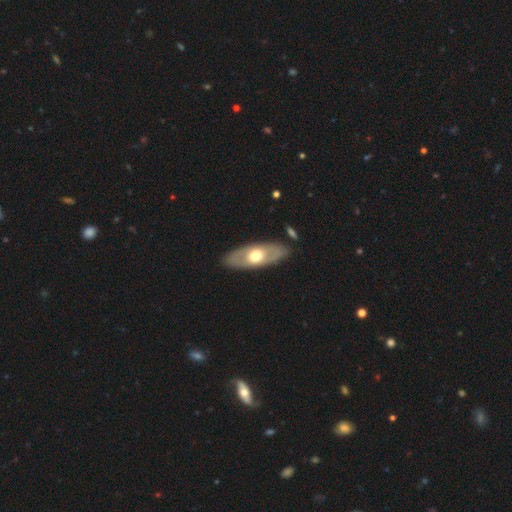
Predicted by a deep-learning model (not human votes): A featured or disk galaxy (54%).

Vote fractions:
- Smooth or featured? featured or disk: 54% / smooth: 41% / star or artifact: 4%
- Edge-on disk? no: 76% / yes: 24%
- Merging? none: 87% / minor disturbance: 9% / major disturbance: 2% / merger: 2%